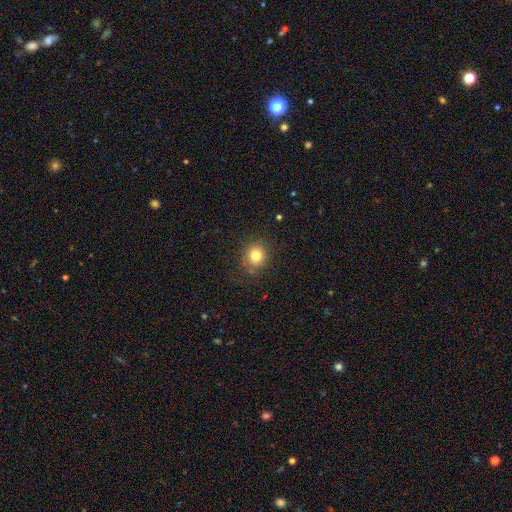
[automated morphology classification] smooth-or-featured: smooth: 79% | star or artifact: 13% | featured or disk: 8%
  how-rounded: round: 85% | in between: 14% | cigar-shaped: 1%
  merging: none: 83% | minor disturbance: 11% | major disturbance: 4% | merger: 2%